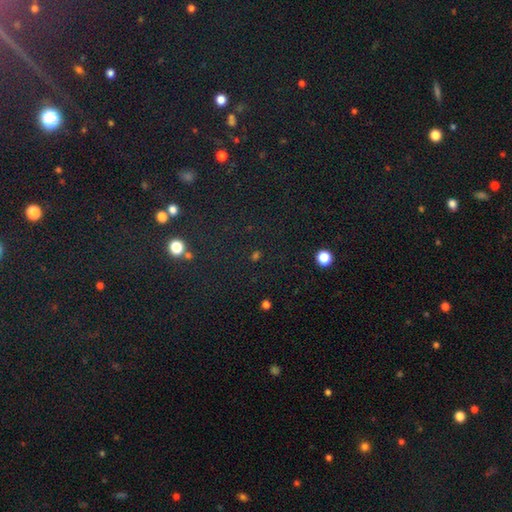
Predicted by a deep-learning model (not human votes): Smooth or featured? star or artifact (59%)